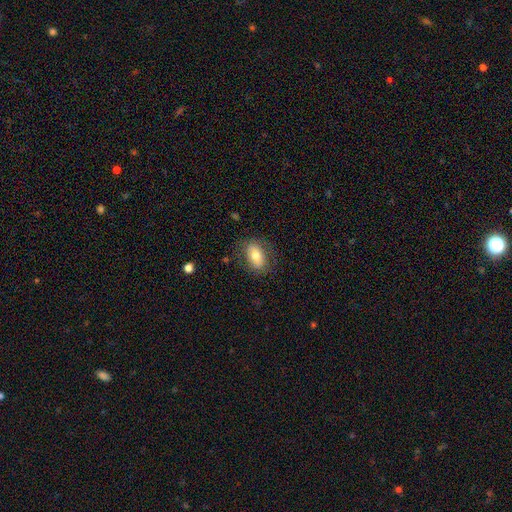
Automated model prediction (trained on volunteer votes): This is likely a smooth galaxy (71%). How rounded: clearly in between (86%). Merging: likely none (78%).